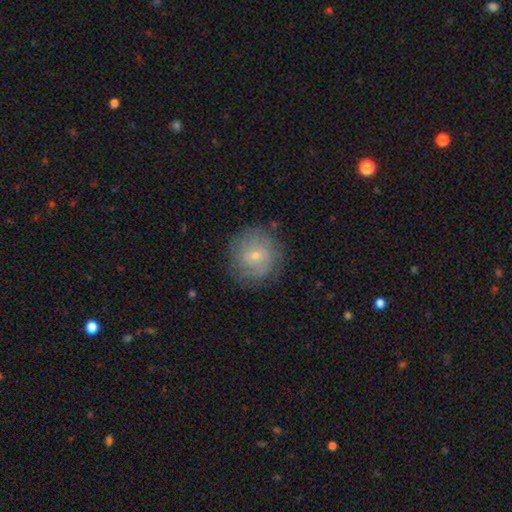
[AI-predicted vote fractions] Q: Smooth or featured?
A: featured or disk (47%); runner-up: smooth (44%)
Q: Merging?
A: none (80%); runner-up: minor disturbance (14%)